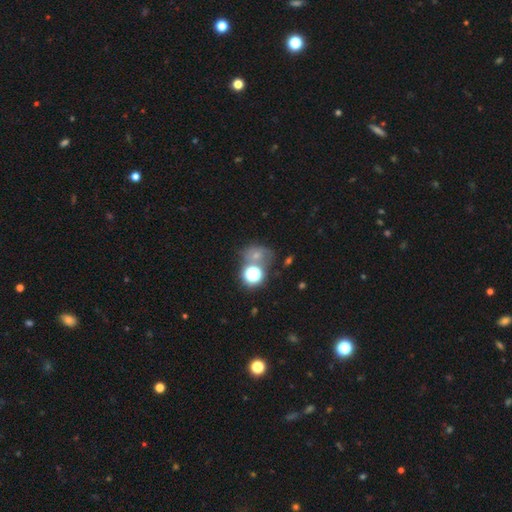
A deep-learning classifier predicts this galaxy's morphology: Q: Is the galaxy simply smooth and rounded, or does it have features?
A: smooth — 49%.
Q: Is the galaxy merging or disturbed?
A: none — 47%.